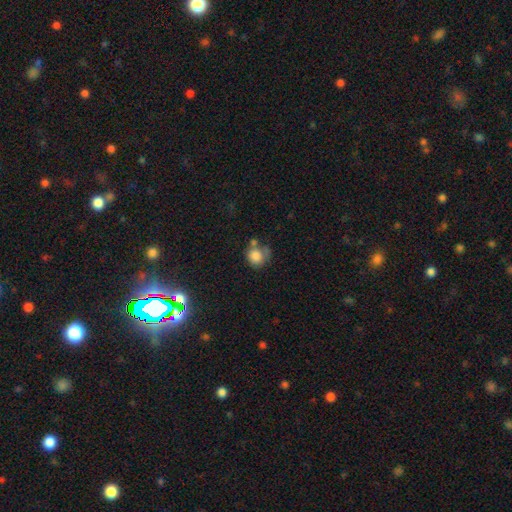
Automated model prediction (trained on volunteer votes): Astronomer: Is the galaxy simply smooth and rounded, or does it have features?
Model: smooth — 82%.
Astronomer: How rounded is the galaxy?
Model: round — 82%.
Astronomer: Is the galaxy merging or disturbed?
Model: none — 47% (runner-up: minor disturbance, 22%).